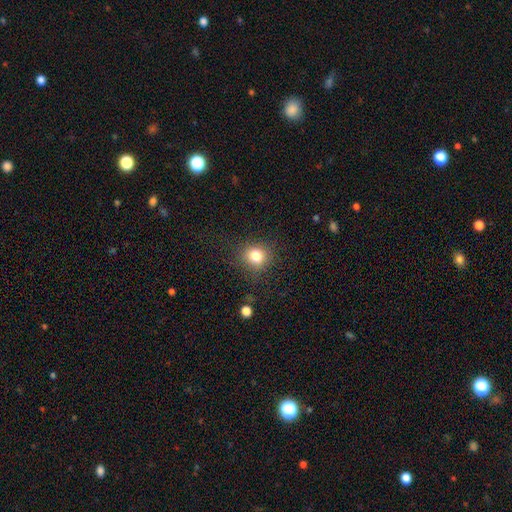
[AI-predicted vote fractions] Smooth or featured? Predicted: smooth (p=0.80). How rounded? Predicted: round (p=0.82). Merging? Predicted: none (p=0.83).